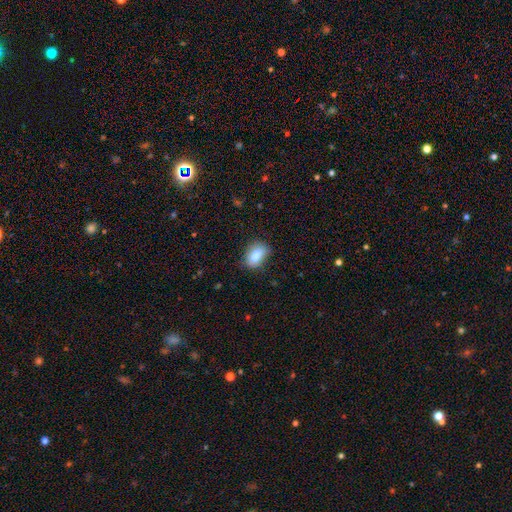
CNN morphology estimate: smooth_or_featured: smooth (p=0.81) [alt: featured or disk p=0.10]
how_rounded: in between (p=0.84) [alt: round p=0.14]
merging: none (p=0.71) [alt: minor disturbance p=0.23]